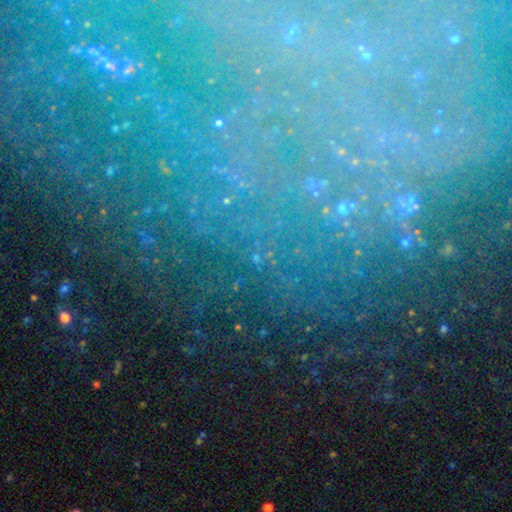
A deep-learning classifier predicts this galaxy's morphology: type=star or artifact (69%).